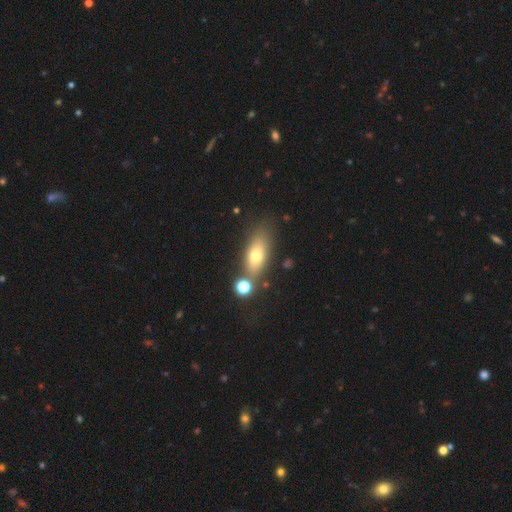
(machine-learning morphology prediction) smooth 66%, featured or disk 25%, star or artifact 10%. Down the decision tree: how rounded — in between (70%); merging — none (67%).